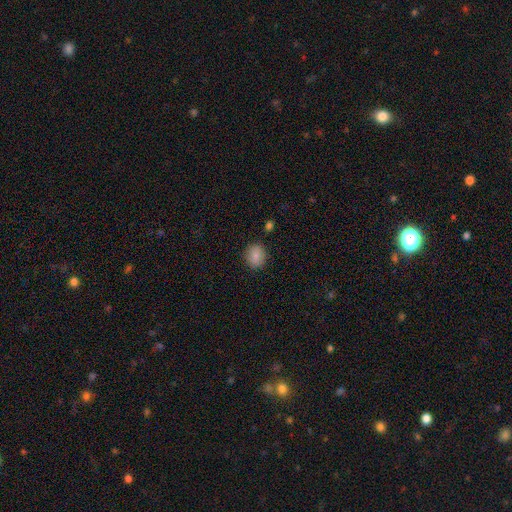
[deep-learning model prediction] A smooth galaxy with no disk features (85%) that is round (65%).

Vote fractions:
- Smooth or featured? smooth: 85% / star or artifact: 9% / featured or disk: 7%
- How rounded? round: 65% / in between: 34% / cigar-shaped: 1%
- Merging? none: 88% / minor disturbance: 8% / major disturbance: 2% / merger: 2%